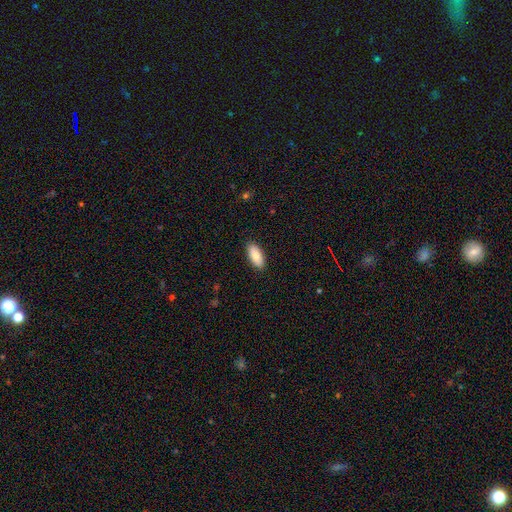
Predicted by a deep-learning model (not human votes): smooth 86%, featured or disk 8%, star or artifact 6%. Down the decision tree: how rounded — in between (88%); merging — none (89%).